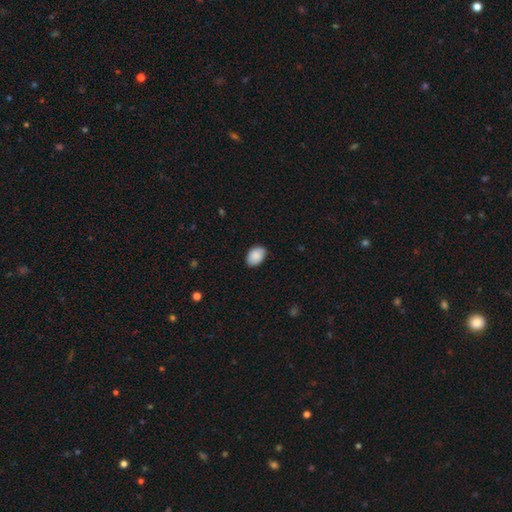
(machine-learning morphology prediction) smooth_or_featured: smooth (p=0.89) [alt: star or artifact p=0.06]
how_rounded: in between (p=0.86) [alt: round p=0.13]
merging: none (p=0.83) [alt: minor disturbance p=0.14]